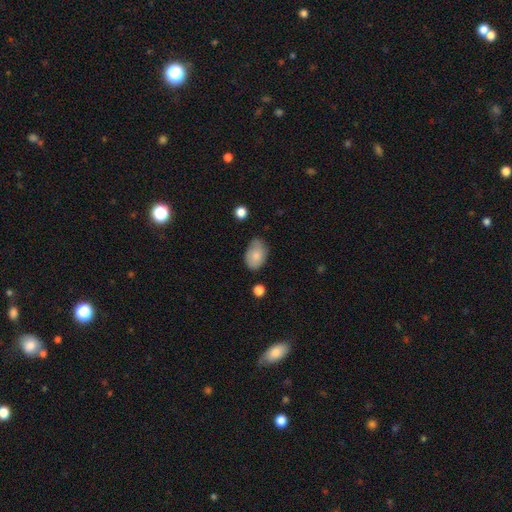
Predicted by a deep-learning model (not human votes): The model was most divided on "merging": none: 62%, minor disturbance: 29%, major disturbance: 6%, merger: 3%. More confident: how rounded — in between (87%); smooth or featured — smooth (83%).